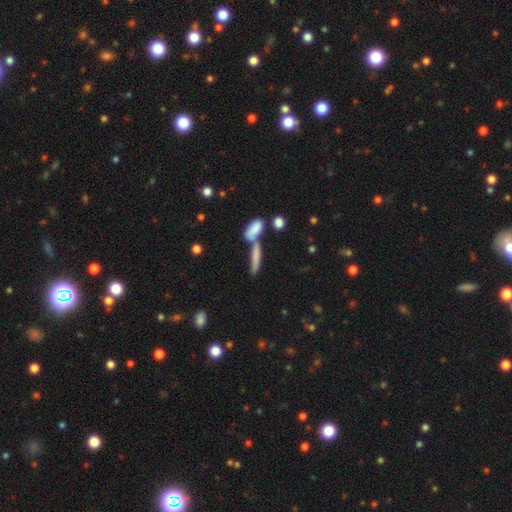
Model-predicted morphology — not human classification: Smooth or featured?
  - smooth: 71% *
  - featured or disk: 21%
  - star or artifact: 8%
How rounded?
  - cigar-shaped: 74% *
  - in between: 22%
  - round: 3%
Merging?
  - none: 45% *
  - merger: 40%
  - minor disturbance: 10%
  - major disturbance: 5%